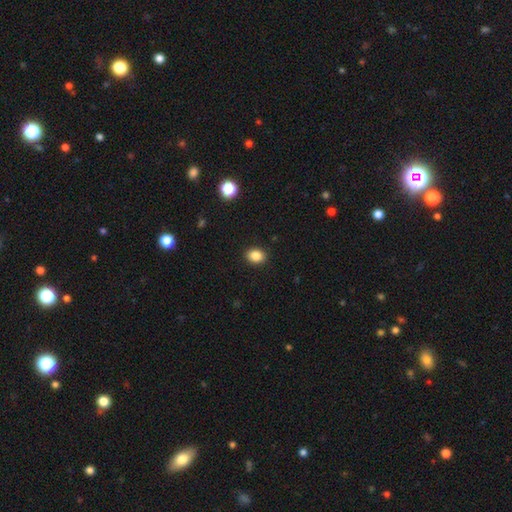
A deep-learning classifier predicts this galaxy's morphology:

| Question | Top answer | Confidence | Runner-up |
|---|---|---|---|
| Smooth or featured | smooth | 85% | star or artifact (10%) |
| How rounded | in between | 55% | round (44%) |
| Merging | none | 91% | minor disturbance (6%) |